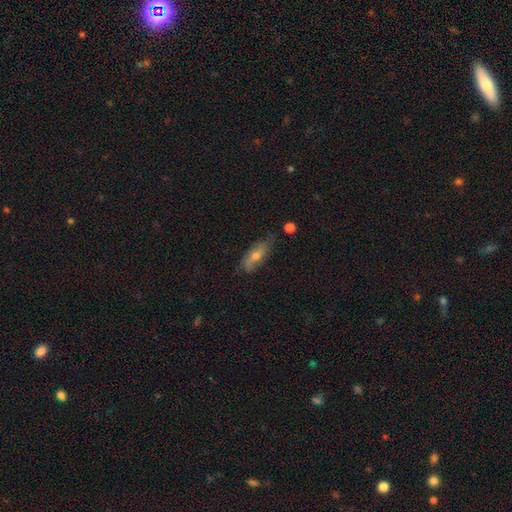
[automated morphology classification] smooth-or-featured: smooth: 47% | featured or disk: 44% | star or artifact: 10%
  merging: none: 70% | minor disturbance: 22% | major disturbance: 5% | merger: 2%